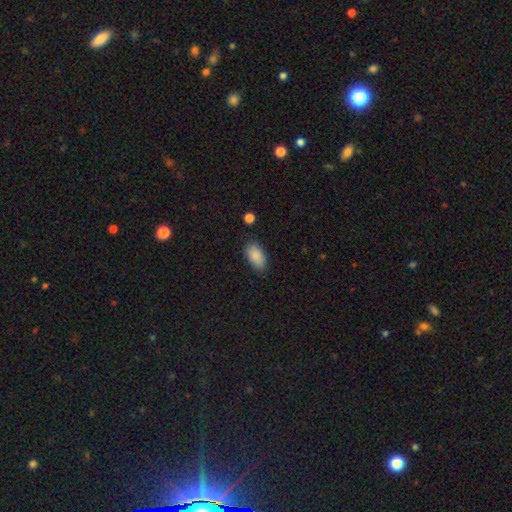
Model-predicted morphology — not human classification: Smooth or featured? Predicted: smooth (p=0.89). How rounded? Predicted: in between (p=0.93). Merging? Predicted: none (p=0.82).